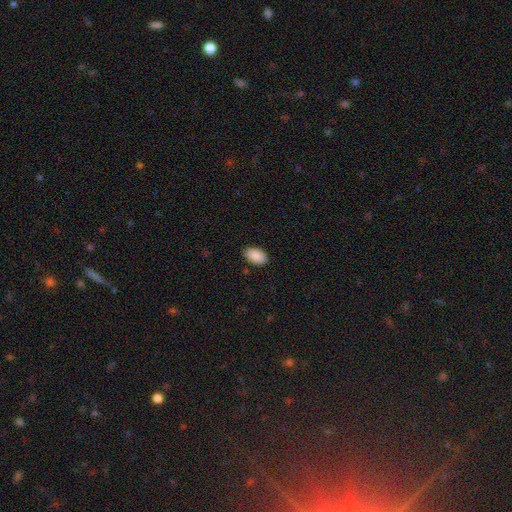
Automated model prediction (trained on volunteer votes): smooth_or_featured: smooth (p=0.90) [alt: star or artifact p=0.07]
how_rounded: in between (p=0.94) [alt: round p=0.05]
merging: none (p=0.88) [alt: minor disturbance p=0.09]